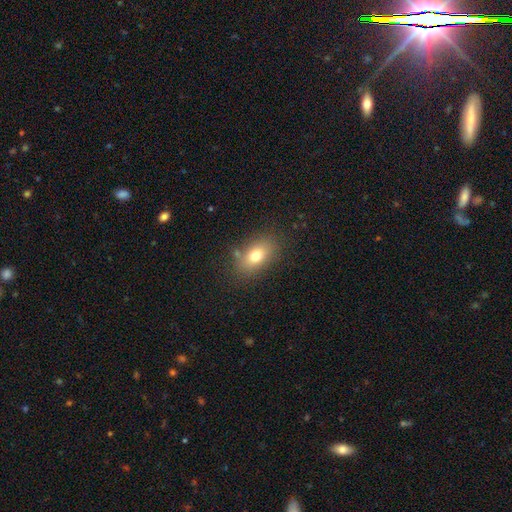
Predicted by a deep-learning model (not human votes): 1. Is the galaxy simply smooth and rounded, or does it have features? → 75% smooth, 15% featured or disk, 11% star or artifact.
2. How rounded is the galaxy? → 84% in between, 14% round, 3% cigar-shaped.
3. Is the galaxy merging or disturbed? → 79% none, 13% minor disturbance, 4% major disturbance, 4% merger.